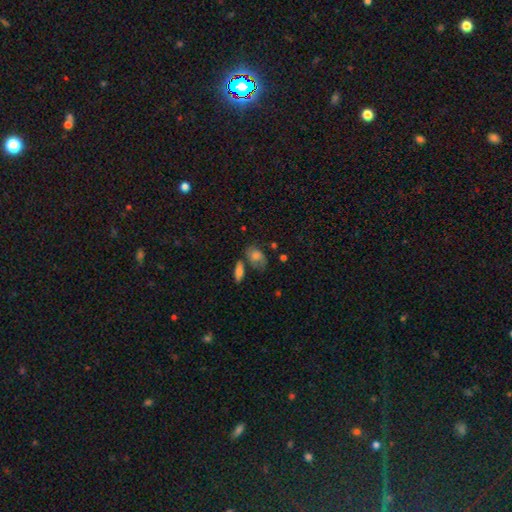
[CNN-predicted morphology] A smooth galaxy with no disk features (68%) that is in between round and cigar-shaped (81%). Merging: none (51%).